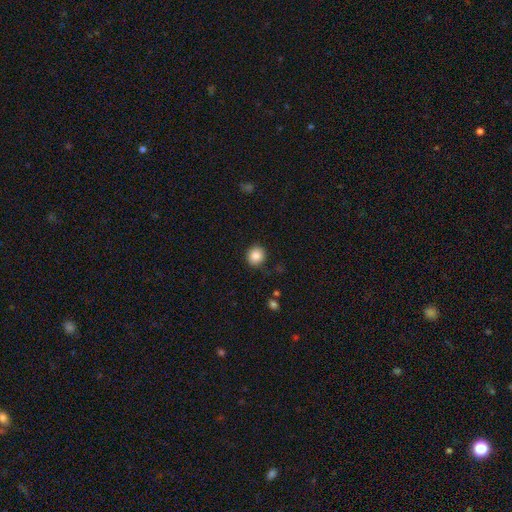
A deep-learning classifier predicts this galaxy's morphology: Smooth or featured? smooth (85%)
How rounded? round (89%)
Merging? none (88%)